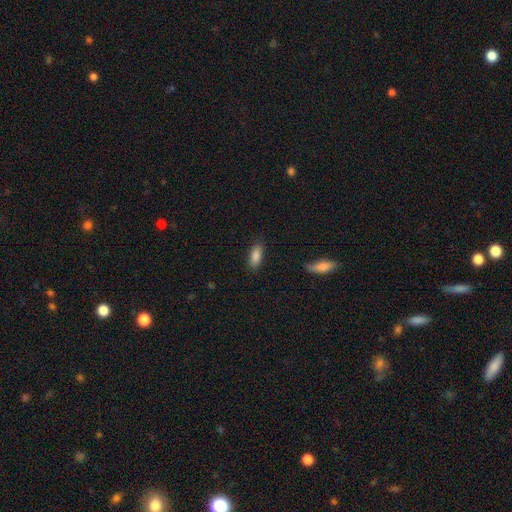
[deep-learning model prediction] The model was most divided on "how rounded": in between: 77%, cigar-shaped: 21%, round: 2%. More confident: smooth or featured — smooth (87%); merging — none (83%).